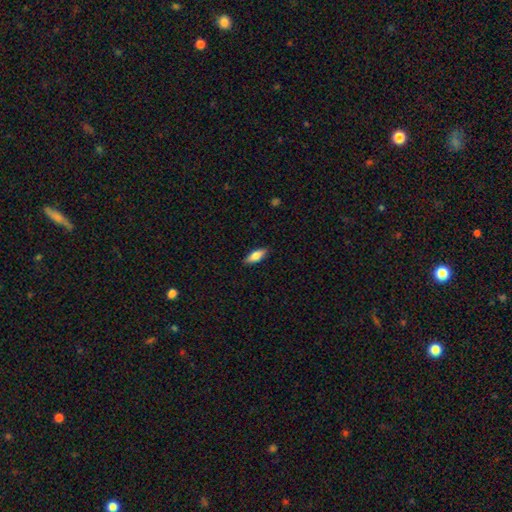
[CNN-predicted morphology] Smooth or featured? Predicted: smooth (p=0.76). How rounded? Predicted: in between (p=0.70). Merging? Predicted: none (p=0.88).